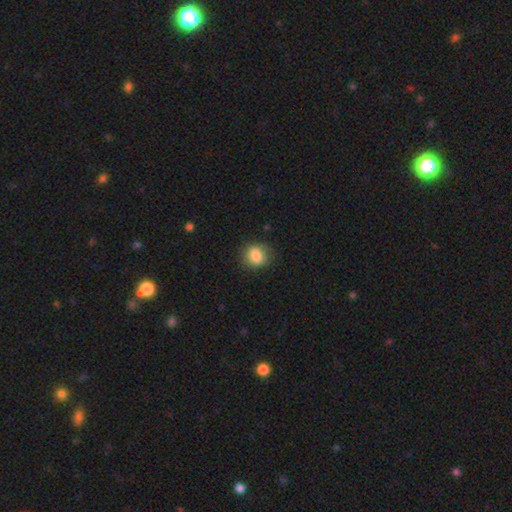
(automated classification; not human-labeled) Morphology: type=smooth (84%); roundness=round (73%); merging=none (78%).